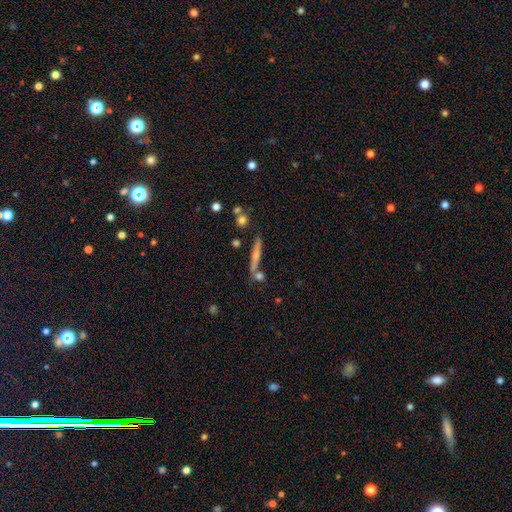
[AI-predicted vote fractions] Smooth or featured? Predicted: smooth (p=0.52). How rounded? Predicted: cigar-shaped (p=0.92). Merging? Predicted: none (p=0.76).